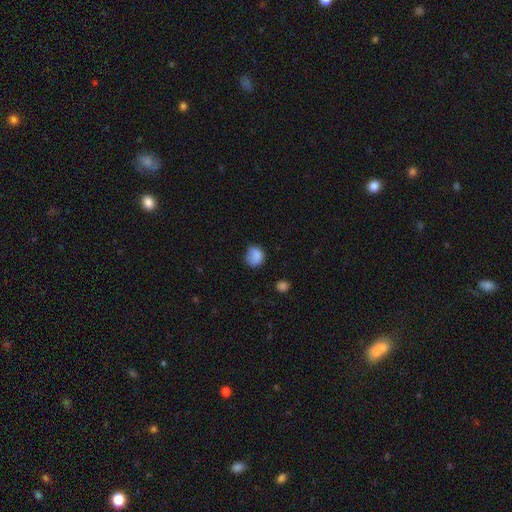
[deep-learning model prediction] Smooth or featured? Predicted: smooth (p=0.84). How rounded? Predicted: round (p=0.72). Merging? Predicted: none (p=0.60).